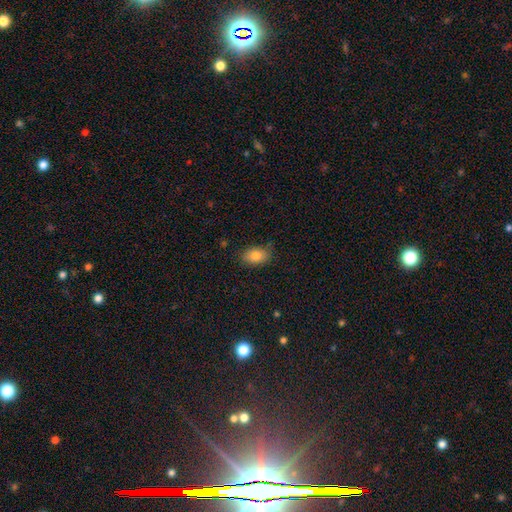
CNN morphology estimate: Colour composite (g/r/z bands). It shows a smooth galaxy with no disk features (82%) that is in between round and cigar-shaped (84%). Merging: none (76%).